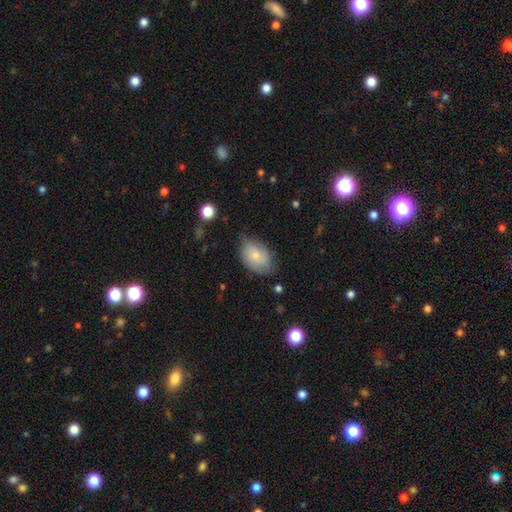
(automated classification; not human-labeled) smooth-or-featured: smooth: 70% | featured or disk: 23% | star or artifact: 7%
  how-rounded: in between: 86% | round: 13% | cigar-shaped: 1%
  merging: none: 60% | minor disturbance: 31% | major disturbance: 7% | merger: 2%